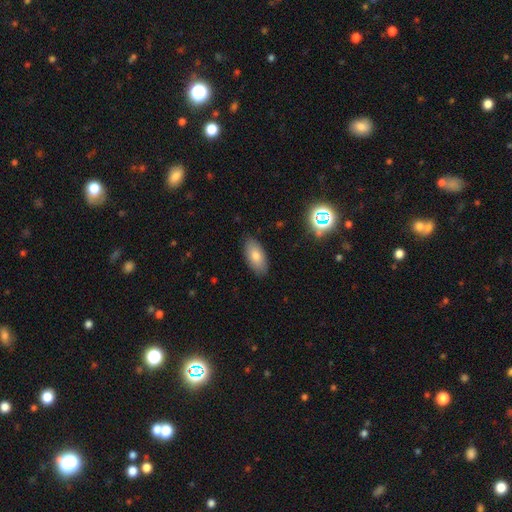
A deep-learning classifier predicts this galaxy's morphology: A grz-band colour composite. It shows a smooth galaxy with no disk features (78%) that is in between round and cigar-shaped (92%). Merging: none (87%).